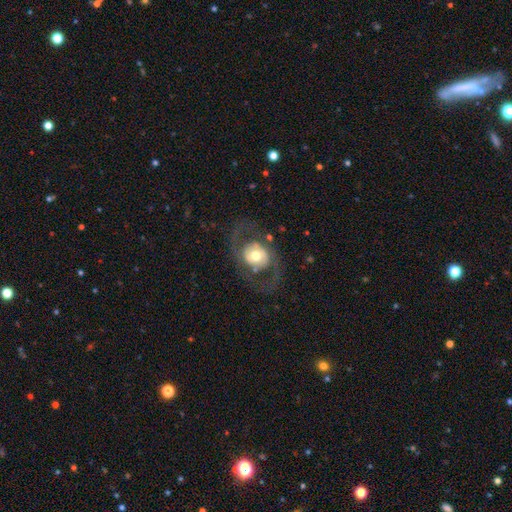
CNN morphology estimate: featured or disk 68%, smooth 26%, star or artifact 6%. Down the decision tree: edge-on disk — no (95%); bar — no (70%); spiral arms — yes (63%); bulge size — moderate (64%); merging — none (68%).